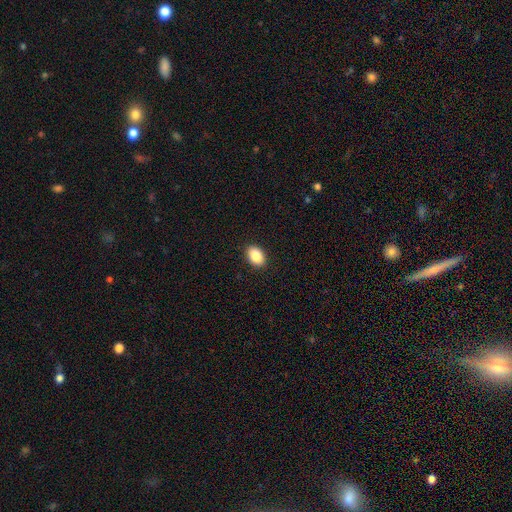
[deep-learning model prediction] smooth 87%, star or artifact 8%, featured or disk 5%. Down the decision tree: how rounded — in between (81%); merging — none (91%).